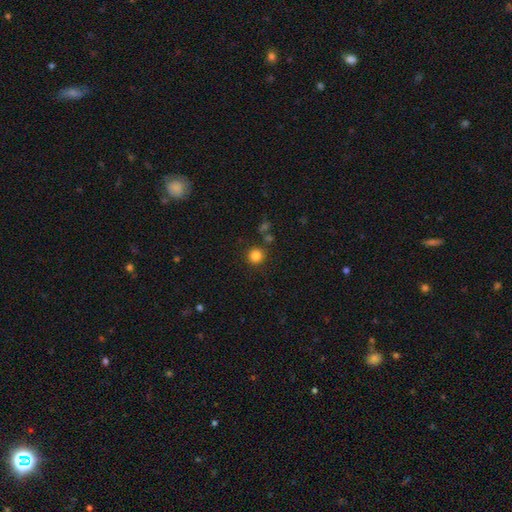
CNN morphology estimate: Q: Smooth or featured?
A: smooth (83%); runner-up: star or artifact (12%)
Q: How rounded?
A: round (94%); runner-up: in between (5%)
Q: Merging?
A: none (88%); runner-up: minor disturbance (6%)